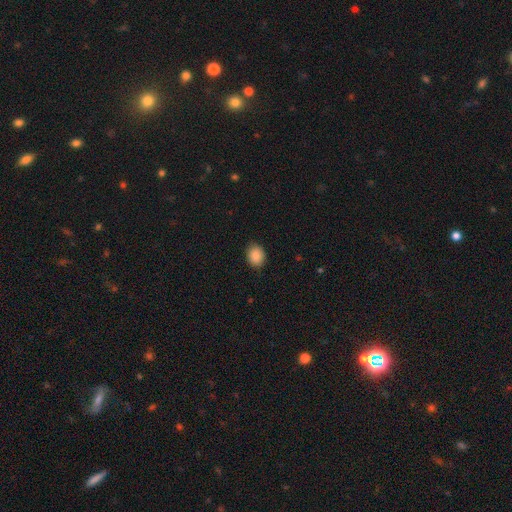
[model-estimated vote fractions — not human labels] A smooth galaxy with no disk features (87%) that is in between round and cigar-shaped (54%).

Vote fractions:
- Smooth or featured? smooth: 87% / star or artifact: 8% / featured or disk: 5%
- How rounded? in between: 54% / round: 45% / cigar-shaped: 1%
- Merging? none: 88% / minor disturbance: 9% / major disturbance: 2% / merger: 1%